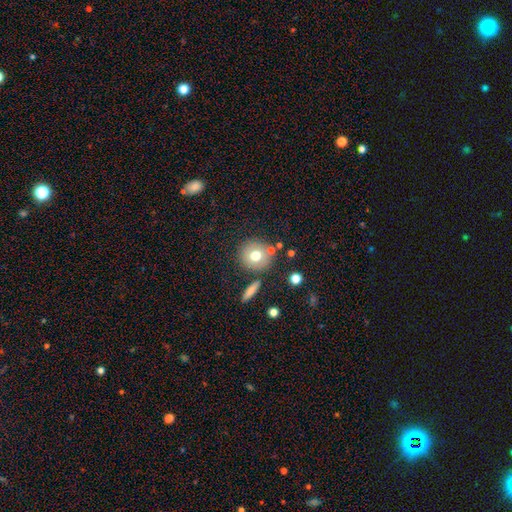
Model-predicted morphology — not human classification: A smooth galaxy with no disk features (70%) that is round (90%). Merging: none (77%).